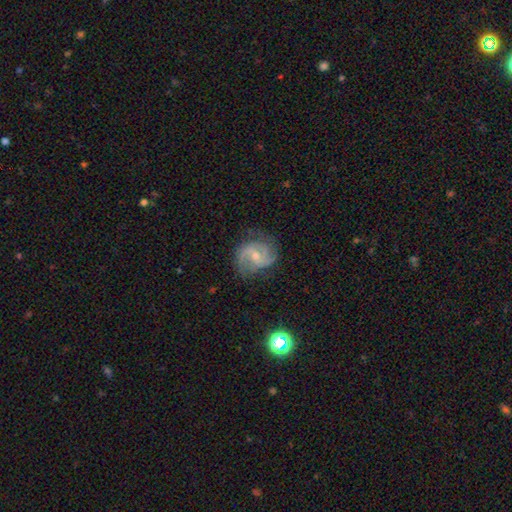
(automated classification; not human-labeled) A featured or disk galaxy (85%) with a weak bar (48%), 2 (67%) medium (53%) spiral arms (97%) and a small central bulge (56%). Merging: none (71%).